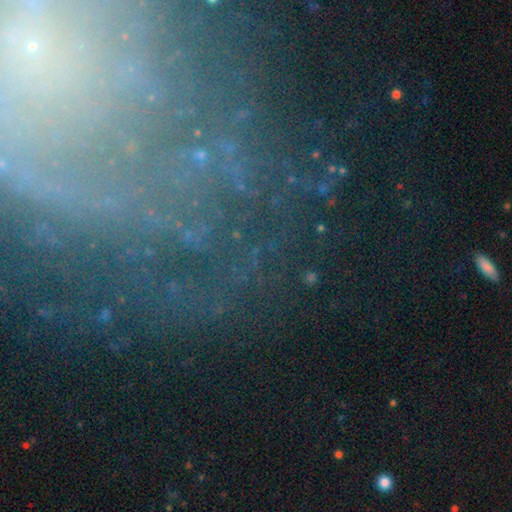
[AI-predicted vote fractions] Morphology: type=star or artifact (42%, tied with featured or disk).